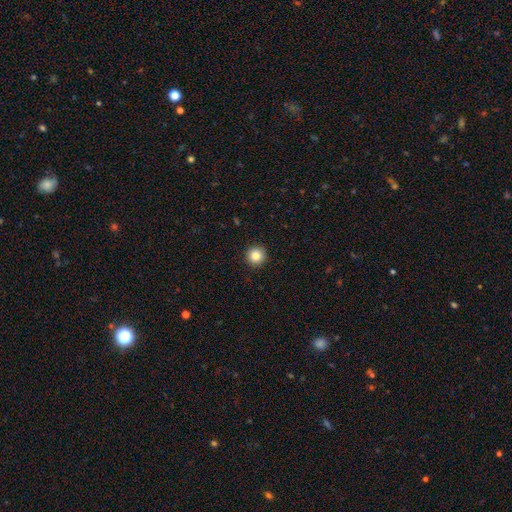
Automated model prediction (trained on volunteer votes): Smooth or featured? smooth (85%)
How rounded? round (96%)
Merging? none (94%)